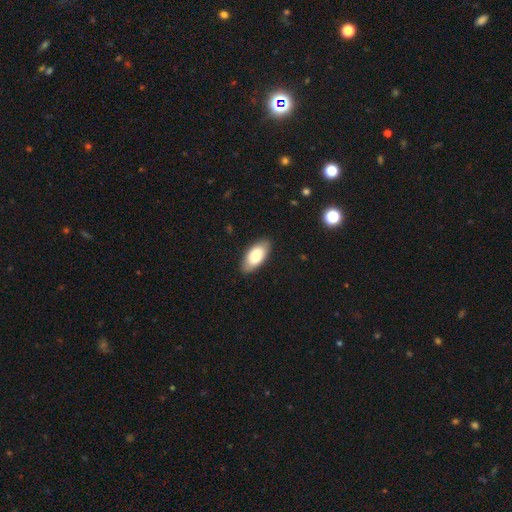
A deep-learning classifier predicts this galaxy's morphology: A smooth galaxy with no disk features (78%) that is in between round and cigar-shaped (93%).

Vote fractions:
- Smooth or featured? smooth: 78% / featured or disk: 16% / star or artifact: 6%
- How rounded? in between: 93% / cigar-shaped: 5% / round: 2%
- Merging? none: 86% / minor disturbance: 11% / major disturbance: 2% / merger: 1%